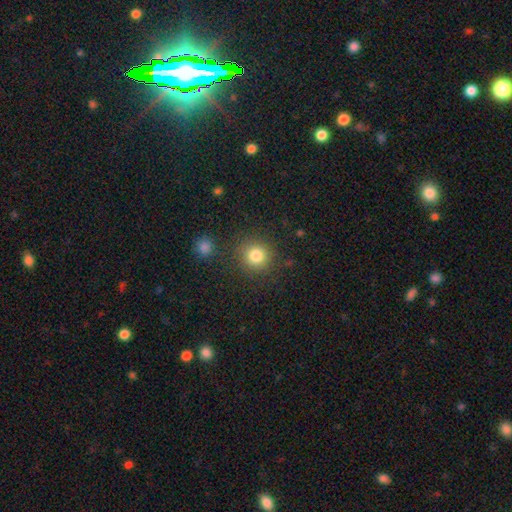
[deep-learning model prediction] Q: Smooth or featured?
A: smooth (82%); runner-up: star or artifact (12%)
Q: How rounded?
A: round (92%); runner-up: in between (7%)
Q: Merging?
A: none (84%); runner-up: minor disturbance (8%)